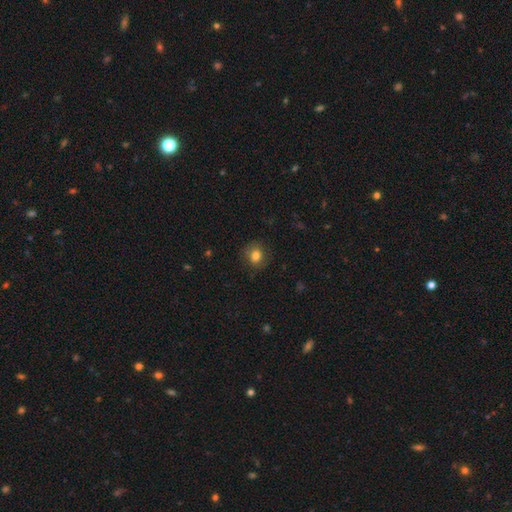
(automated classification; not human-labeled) Smooth or featured? smooth (81%)
How rounded? round (75%)
Merging? none (82%)